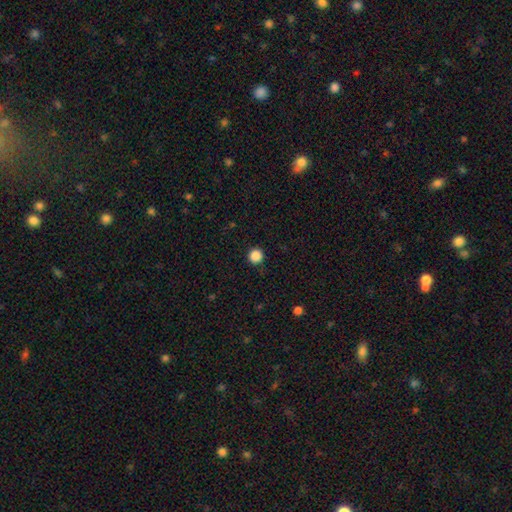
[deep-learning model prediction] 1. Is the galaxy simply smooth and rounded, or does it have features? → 87% smooth, 10% star or artifact, 2% featured or disk.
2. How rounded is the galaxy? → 96% round, 3% in between, 1% cigar-shaped.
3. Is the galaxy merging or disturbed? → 92% none, 5% minor disturbance, 2% major disturbance, 1% merger.